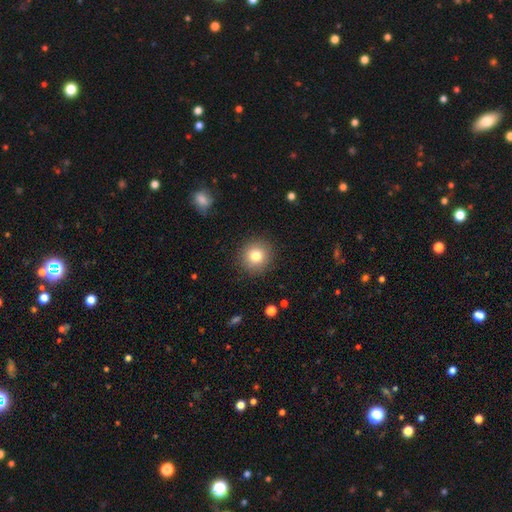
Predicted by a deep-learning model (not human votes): Smooth or featured?
  - smooth: 80% *
  - star or artifact: 11%
  - featured or disk: 9%
How rounded?
  - round: 92% *
  - in between: 7%
  - cigar-shaped: 1%
Merging?
  - none: 89% *
  - minor disturbance: 7%
  - major disturbance: 2%
  - merger: 1%